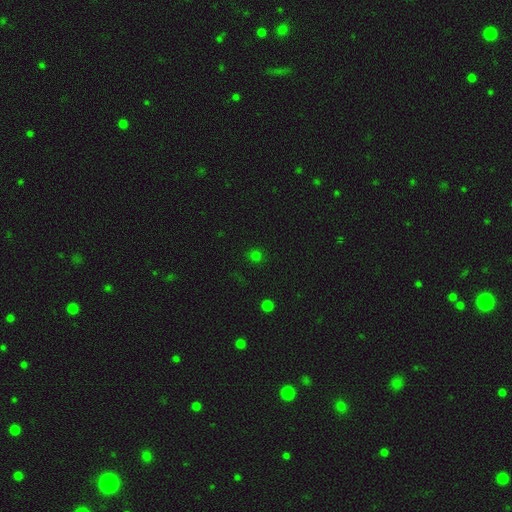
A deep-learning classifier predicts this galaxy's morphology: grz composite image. It shows a smooth galaxy with no disk features (69%) that is round (90%). Merging: none (87%).